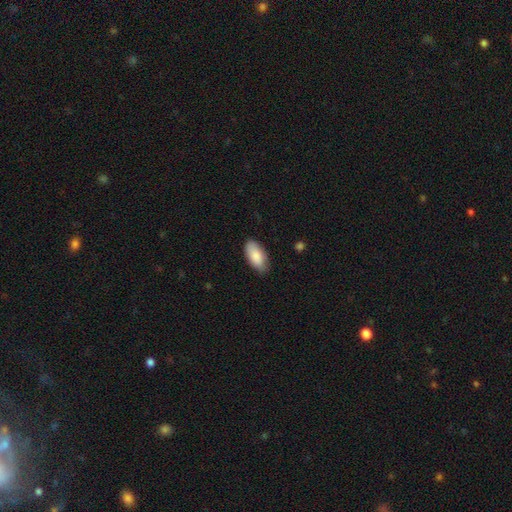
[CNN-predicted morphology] smooth_or_featured: smooth (p=0.87) [alt: featured or disk p=0.08]
how_rounded: in between (p=0.93) [alt: cigar-shaped p=0.05]
merging: none (p=0.82) [alt: minor disturbance p=0.15]